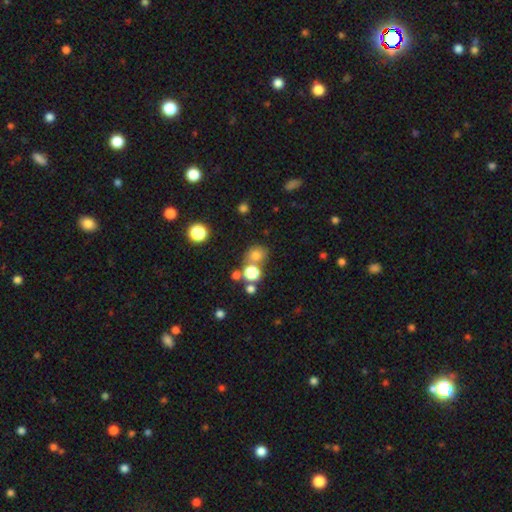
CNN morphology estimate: This is likely a smooth galaxy (72%). How rounded: likely round (77%). Merging: possibly none (60%).